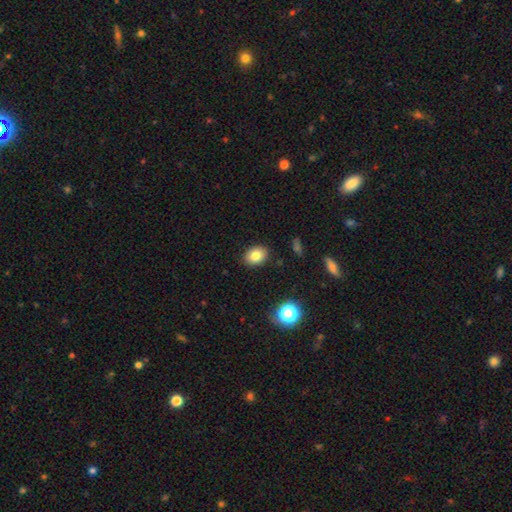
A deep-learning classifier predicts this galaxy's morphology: A smooth galaxy with no disk features (82%) that is in between round and cigar-shaped (63%). Merging: none (89%).